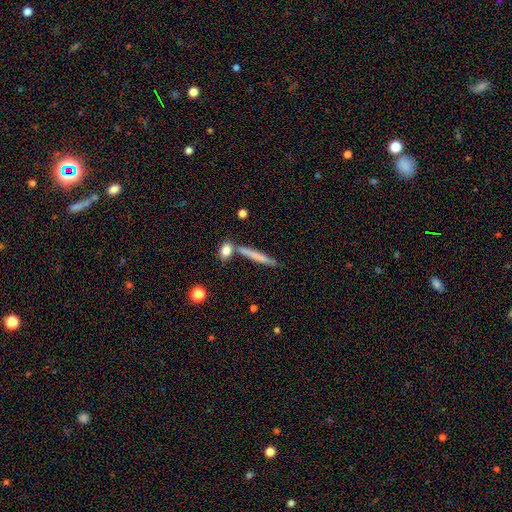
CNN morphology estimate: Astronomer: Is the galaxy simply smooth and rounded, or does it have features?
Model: smooth — 65%.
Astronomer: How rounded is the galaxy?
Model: cigar-shaped — 92%.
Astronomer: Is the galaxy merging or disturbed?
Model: none — 75%.